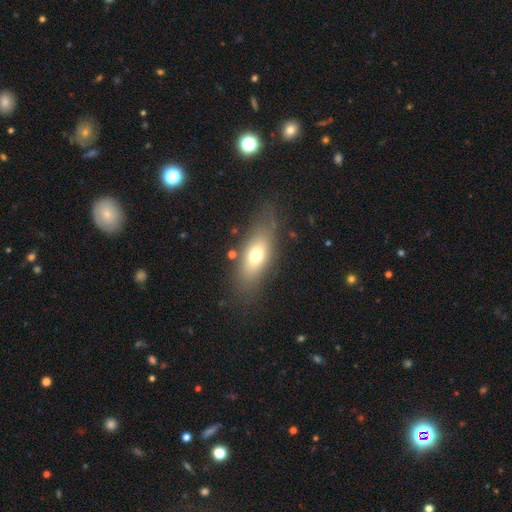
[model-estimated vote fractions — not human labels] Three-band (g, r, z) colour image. It shows a smooth galaxy with no disk features (66%) that is in between round and cigar-shaped (73%). Merging: none (74%).